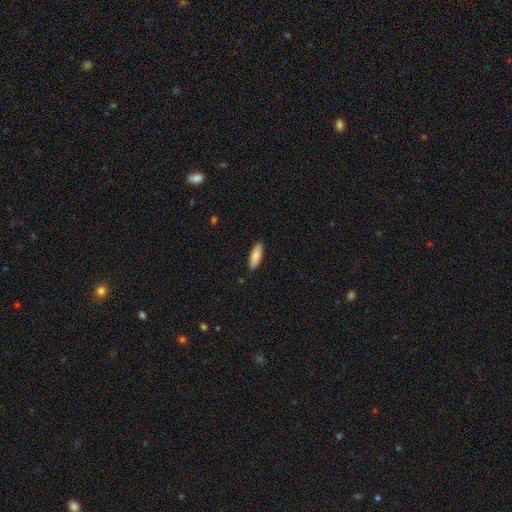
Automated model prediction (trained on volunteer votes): Smooth or featured? smooth (86%)
How rounded? in between (50%)
Merging? none (89%)